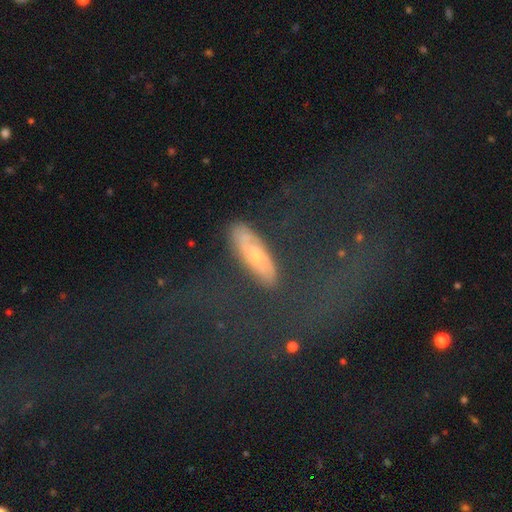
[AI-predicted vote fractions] smooth_or_featured: featured or disk (p=0.44) [alt: smooth p=0.40]
merging: none (p=0.73) [alt: minor disturbance p=0.16]